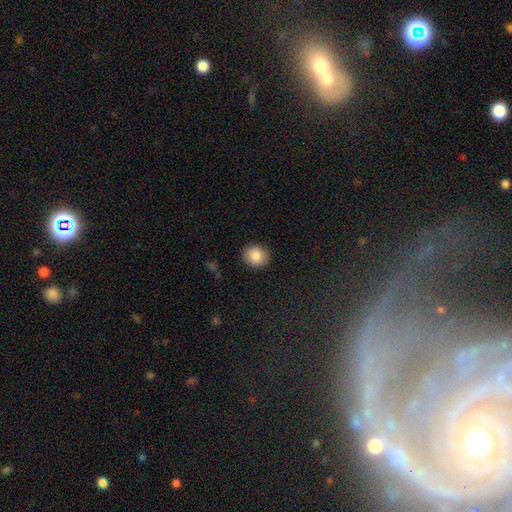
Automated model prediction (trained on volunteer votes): Morphology: type=smooth (87%); roundness=round (82%); merging=none (91%).